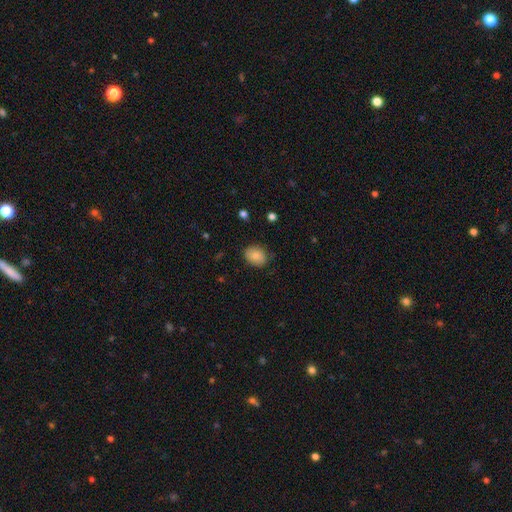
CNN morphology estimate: Smooth or featured? Predicted: smooth (p=0.83). How rounded? Predicted: in between (p=0.54). Merging? Predicted: none (p=0.83).